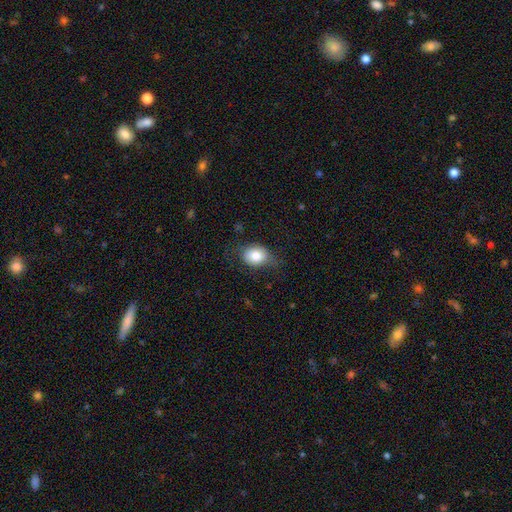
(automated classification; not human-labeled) smooth 79%, featured or disk 12%, star or artifact 9%. Down the decision tree: how rounded — in between (56%); merging — none (61%).